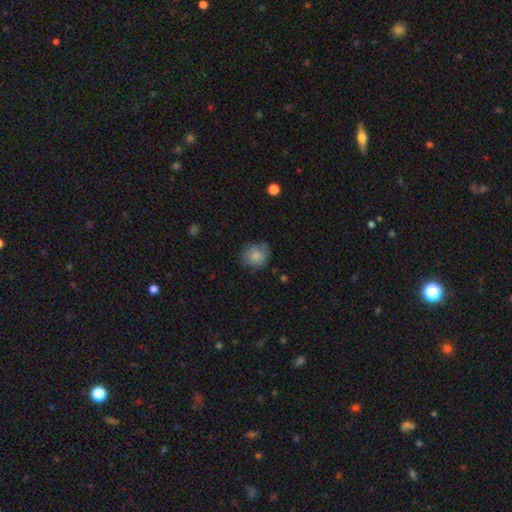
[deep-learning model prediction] Smooth or featured?
  - smooth: 78% *
  - featured or disk: 14%
  - star or artifact: 8%
How rounded?
  - round: 81% *
  - in between: 18%
  - cigar-shaped: 1%
Merging?
  - none: 68% *
  - minor disturbance: 23%
  - major disturbance: 6%
  - merger: 3%